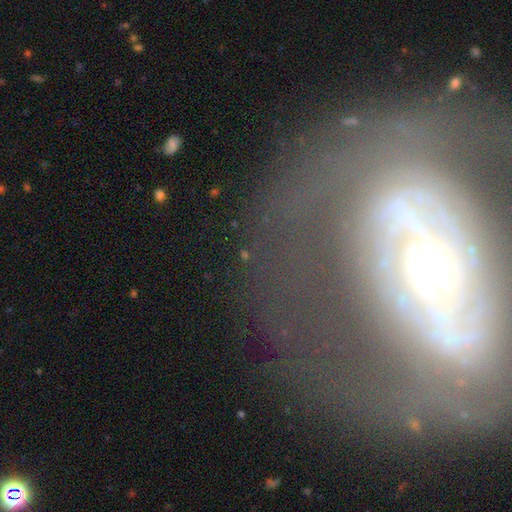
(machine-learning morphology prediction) Overall: featured or disk (78%). Edge-on disk: no (94%). Bar: no (61%; weak 23%). Spiral arms: yes (73%). Spiral arm count: can't tell (40%; 2 34%). Spiral winding: tight (59%; medium 28%). Bulge size: small (49%; moderate 42%). Merging: none (56%; major disturbance 23%).